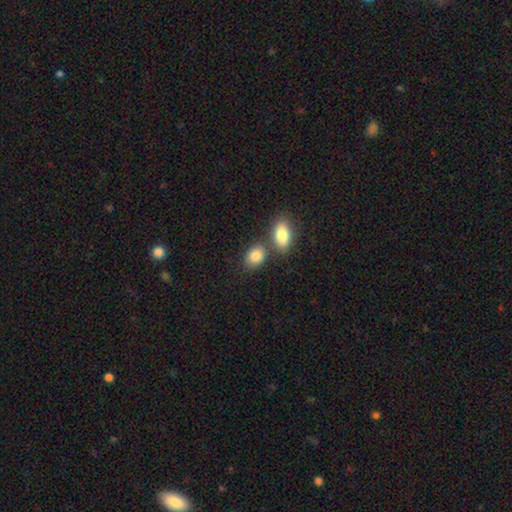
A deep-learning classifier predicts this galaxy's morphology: A smooth galaxy with no disk features (86%) that is in between round and cigar-shaped (78%). Merging: none (56%).